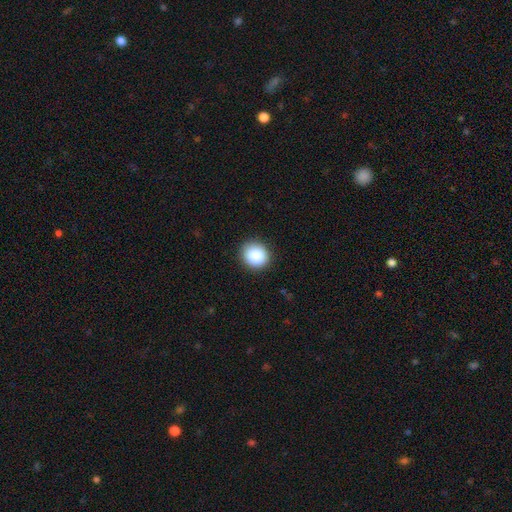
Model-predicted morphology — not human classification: type=smooth (88%); roundness=round (85%); merging=none (90%).